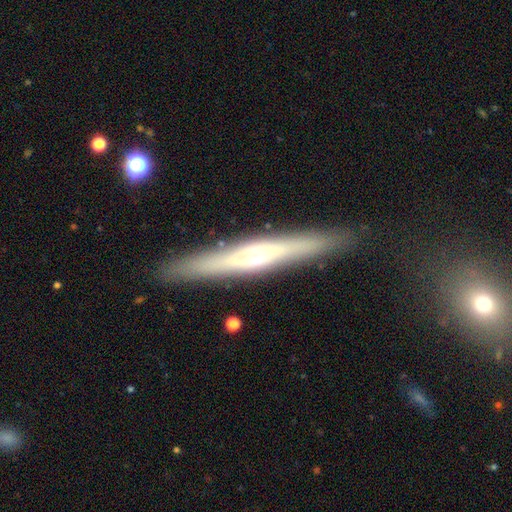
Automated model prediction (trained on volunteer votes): A featured or disk galaxy (69%) viewed edge-on (91%) with a rounded central bulge (85%).

Vote fractions:
- Smooth or featured? featured or disk: 69% / smooth: 24% / star or artifact: 6%
- Edge-on disk? yes: 91% / no: 9%
- Edge-on bulge? rounded: 85% / none: 10% / boxy: 5%
- Merging? none: 87% / minor disturbance: 9% / major disturbance: 2% / merger: 1%